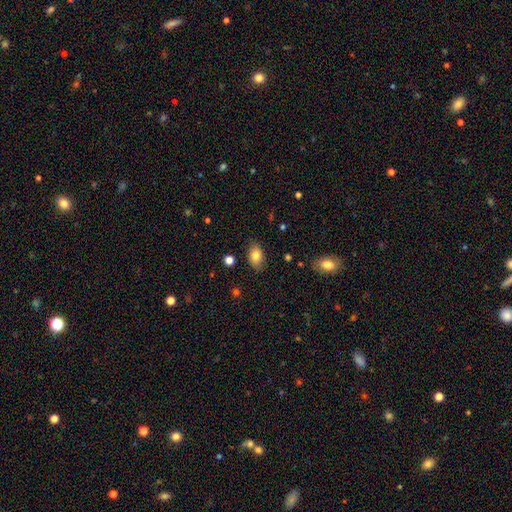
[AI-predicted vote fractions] Q: Smooth or featured?
A: smooth (80%); runner-up: featured or disk (11%)
Q: How rounded?
A: in between (87%); runner-up: round (12%)
Q: Merging?
A: none (84%); runner-up: minor disturbance (12%)